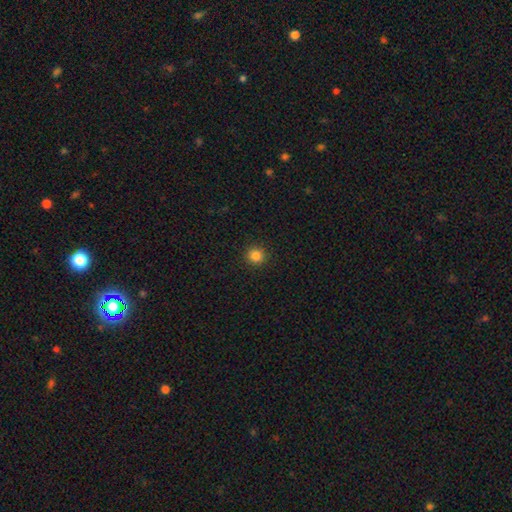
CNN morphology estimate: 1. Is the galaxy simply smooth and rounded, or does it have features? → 84% smooth, 12% star or artifact, 4% featured or disk.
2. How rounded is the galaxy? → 94% round, 5% in between, 1% cigar-shaped.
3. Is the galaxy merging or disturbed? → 92% none, 5% minor disturbance, 2% major disturbance, 1% merger.